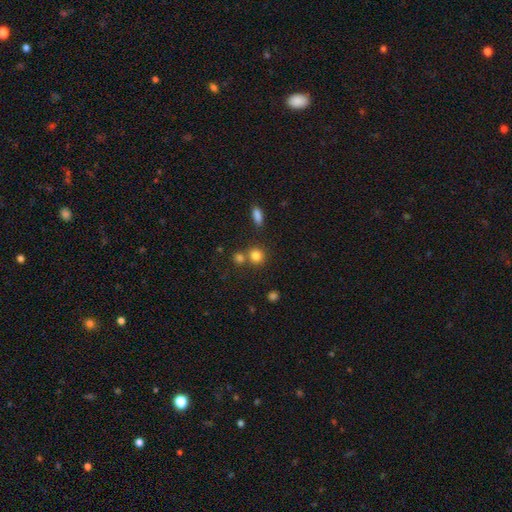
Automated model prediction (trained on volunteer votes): smooth_or_featured: smooth (p=0.82) [alt: star or artifact p=0.12]
how_rounded: round (p=0.84) [alt: in between p=0.14]
merging: none (p=0.65) [alt: merger p=0.23]